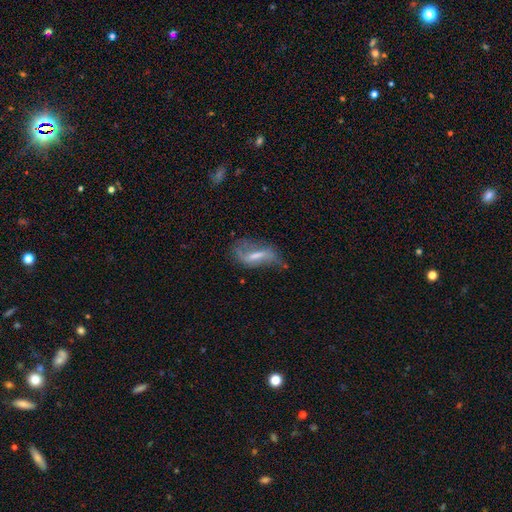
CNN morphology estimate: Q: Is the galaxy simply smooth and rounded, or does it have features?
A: featured or disk — 66%.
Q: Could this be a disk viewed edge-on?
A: no — 88%.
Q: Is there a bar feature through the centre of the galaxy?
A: weak — 42%.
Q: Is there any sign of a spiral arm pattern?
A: yes — 73%.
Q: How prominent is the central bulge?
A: small — 40%.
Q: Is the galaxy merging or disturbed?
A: none — 44%.